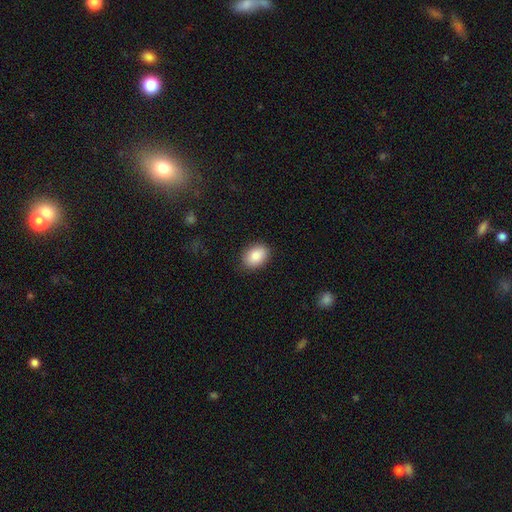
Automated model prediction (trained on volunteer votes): This appears to be a smooth galaxy with no disk features (87%) that is in between round and cigar-shaped (79%). Merging: none (87%).